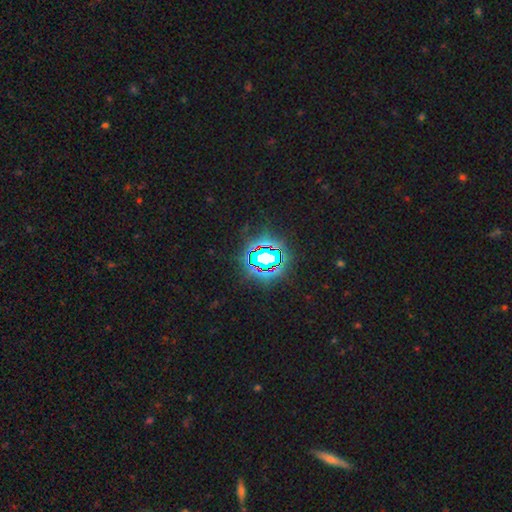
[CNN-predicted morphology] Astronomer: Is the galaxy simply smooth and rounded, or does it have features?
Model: star or artifact — 82%.